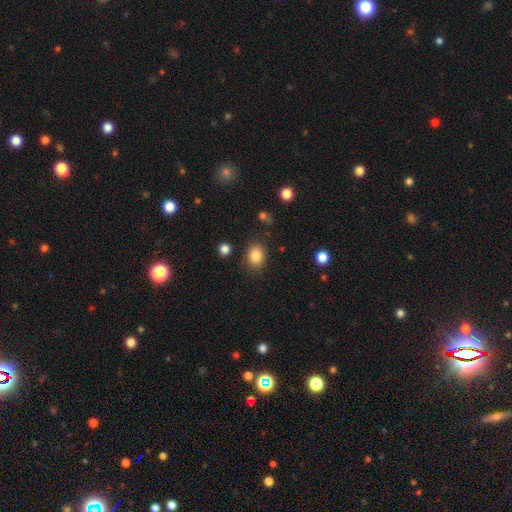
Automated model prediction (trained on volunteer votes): A smooth galaxy with no disk features (85%) that is in between round and cigar-shaped (54%). Merging: none (83%).